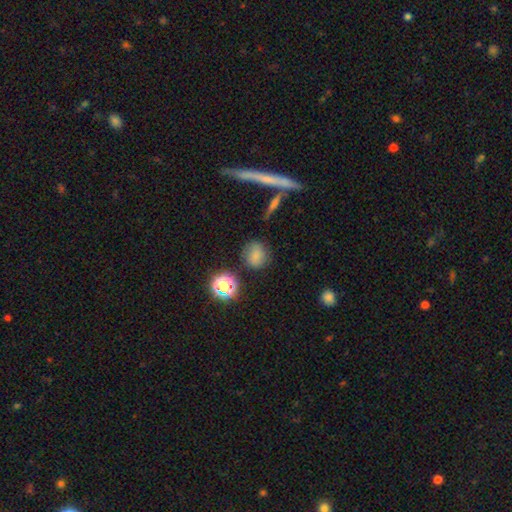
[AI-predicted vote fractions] A smooth galaxy with no disk features (73%) that is round (75%).

Vote fractions:
- Smooth or featured? smooth: 73% / star or artifact: 18% / featured or disk: 9%
- How rounded? round: 75% / in between: 24% / cigar-shaped: 2%
- Merging? none: 78% / minor disturbance: 14% / major disturbance: 5% / merger: 4%